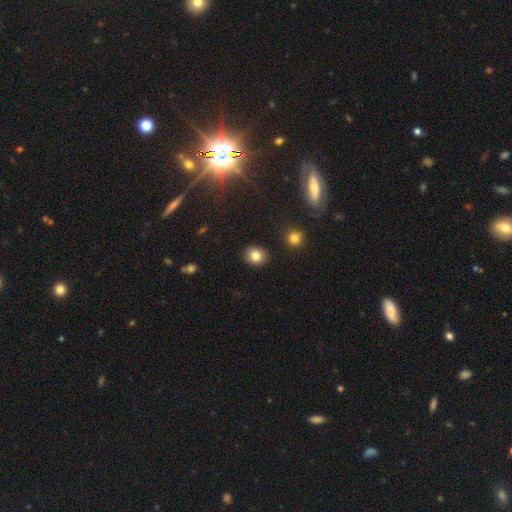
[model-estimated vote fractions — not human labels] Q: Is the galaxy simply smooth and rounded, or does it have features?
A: smooth — 82%.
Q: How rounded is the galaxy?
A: round — 65%.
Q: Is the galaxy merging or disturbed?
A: none — 89%.